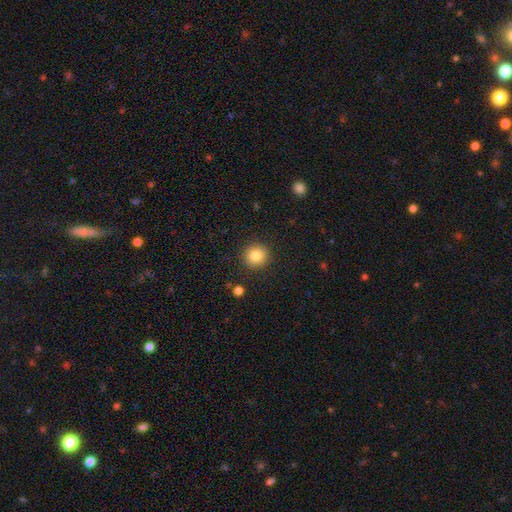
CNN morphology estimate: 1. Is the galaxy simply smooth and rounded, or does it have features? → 83% smooth, 10% star or artifact, 6% featured or disk.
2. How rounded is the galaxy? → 90% round, 9% in between, 1% cigar-shaped.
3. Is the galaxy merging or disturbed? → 90% none, 6% minor disturbance, 2% major disturbance, 1% merger.